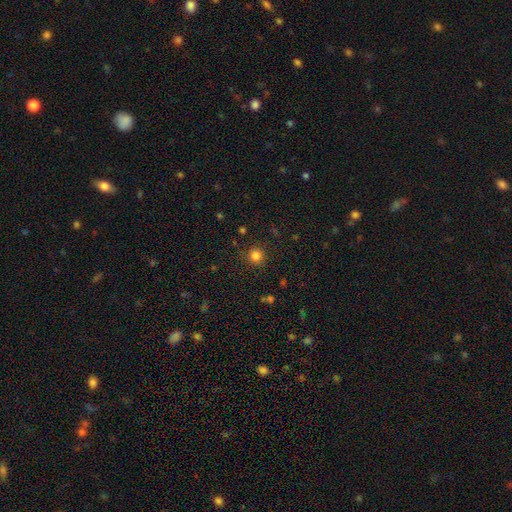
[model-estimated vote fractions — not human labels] Smooth or featured?
  - smooth: 82% *
  - star or artifact: 14%
  - featured or disk: 4%
How rounded?
  - round: 93% *
  - in between: 6%
  - cigar-shaped: 1%
Merging?
  - none: 88% *
  - minor disturbance: 8%
  - major disturbance: 3%
  - merger: 2%